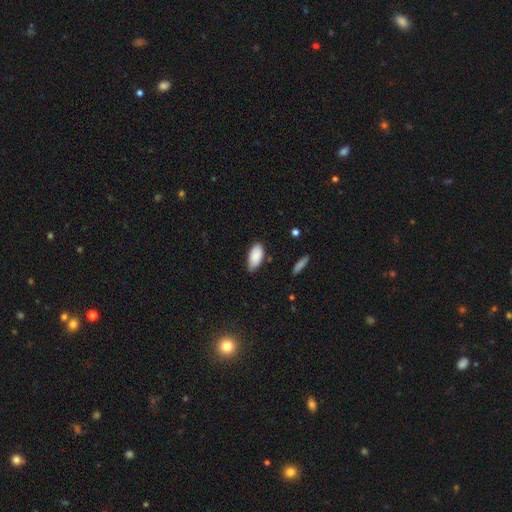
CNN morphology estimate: Overall: smooth (87%). How rounded: in between (93%). Merging: none (66%; minor disturbance 28%).